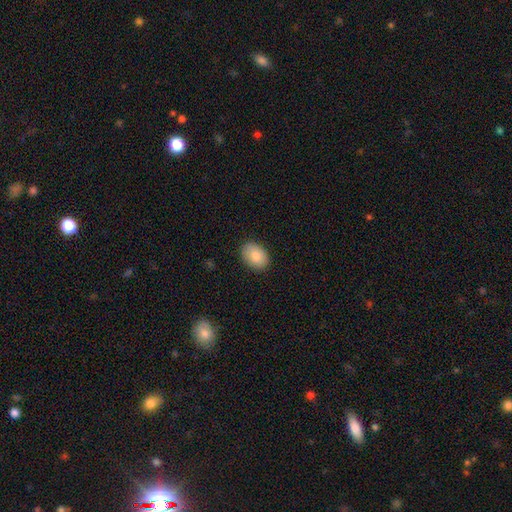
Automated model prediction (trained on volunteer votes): Smooth or featured? Predicted: smooth (p=0.83). How rounded? Predicted: in between (p=0.78). Merging? Predicted: none (p=0.87).